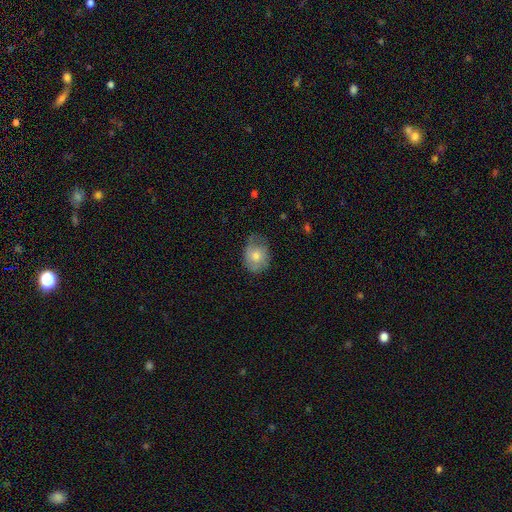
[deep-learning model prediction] Smooth or featured?
  - smooth: 55% *
  - featured or disk: 37%
  - star or artifact: 9%
How rounded?
  - in between: 53% *
  - round: 46%
  - cigar-shaped: 1%
Merging?
  - none: 55% *
  - minor disturbance: 32%
  - major disturbance: 11%
  - merger: 1%